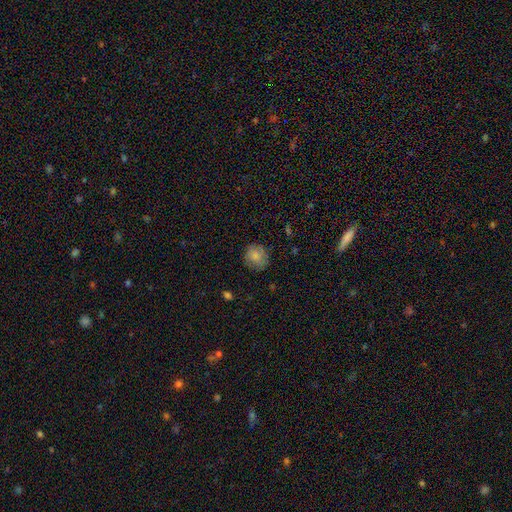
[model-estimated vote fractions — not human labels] This appears to be a smooth galaxy with no disk features (81%) that is round (79%). Merging: none (79%).